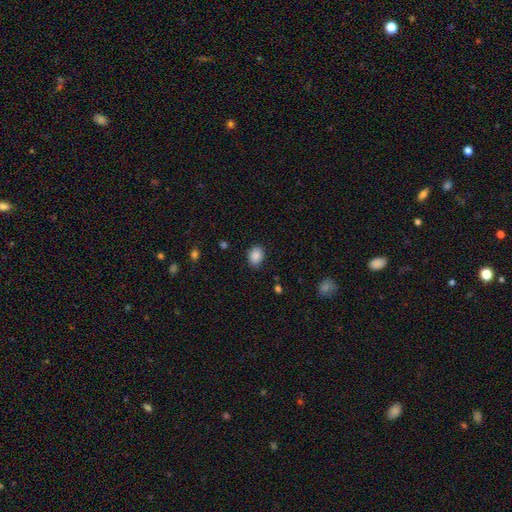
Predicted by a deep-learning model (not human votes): Smooth or featured: smooth — 88% (star or artifact — 9%)
How rounded: in between — 56% (round — 43%)
Merging: none — 84% (minor disturbance — 12%)